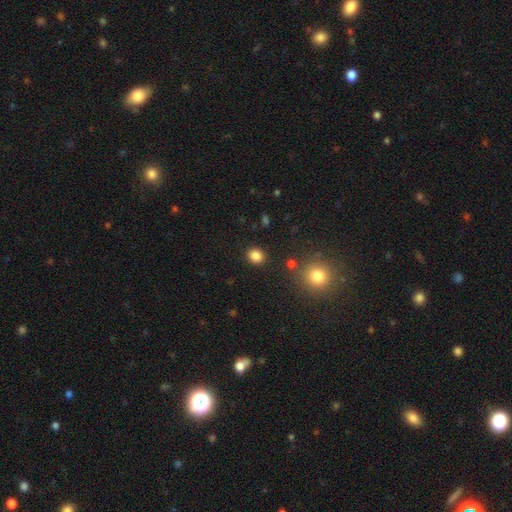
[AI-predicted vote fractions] smooth 84%, star or artifact 12%, featured or disk 4%. Down the decision tree: how rounded — round (77%); merging — none (88%).